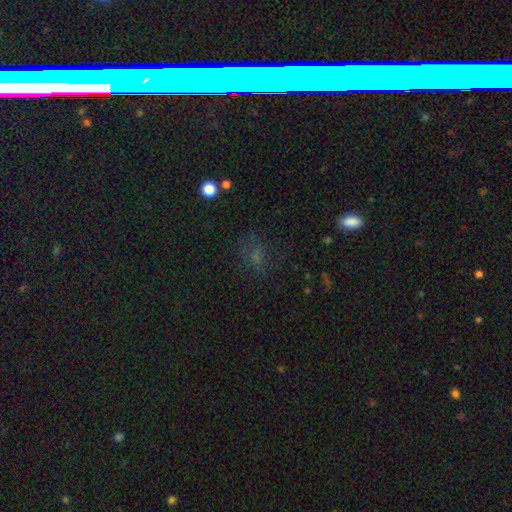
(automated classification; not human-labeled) Smooth or featured? smooth (50%)
Merging? none (62%)